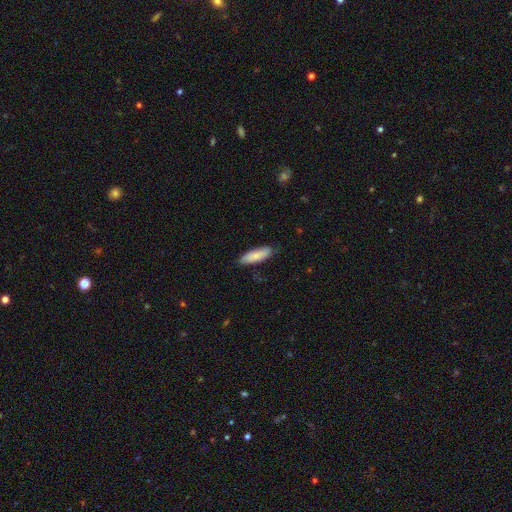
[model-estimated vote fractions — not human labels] Q: Smooth or featured?
A: smooth (80%); runner-up: featured or disk (15%)
Q: How rounded?
A: in between (51%); runner-up: cigar-shaped (47%)
Q: Merging?
A: none (82%); runner-up: minor disturbance (15%)